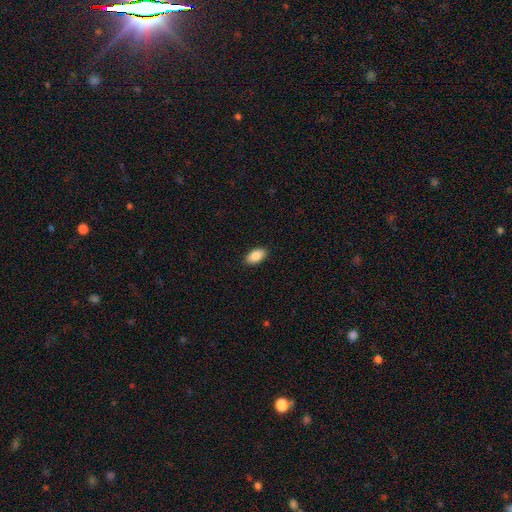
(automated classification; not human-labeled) Morphology: type=smooth (89%); roundness=in between (94%); merging=none (90%).